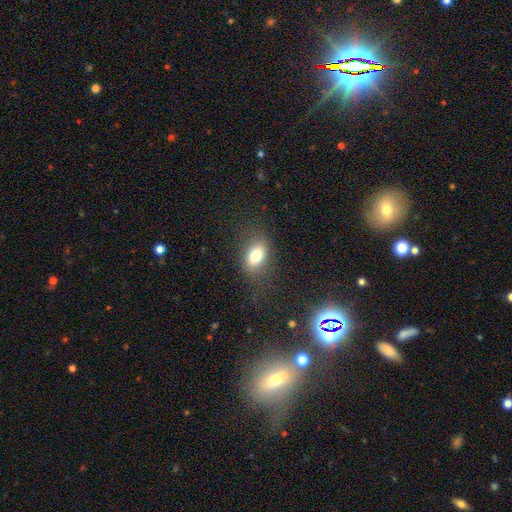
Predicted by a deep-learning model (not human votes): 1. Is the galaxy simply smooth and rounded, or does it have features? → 77% smooth, 13% featured or disk, 10% star or artifact.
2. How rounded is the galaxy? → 83% in between, 14% round, 3% cigar-shaped.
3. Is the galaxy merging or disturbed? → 78% none, 14% minor disturbance, 7% major disturbance, 1% merger.